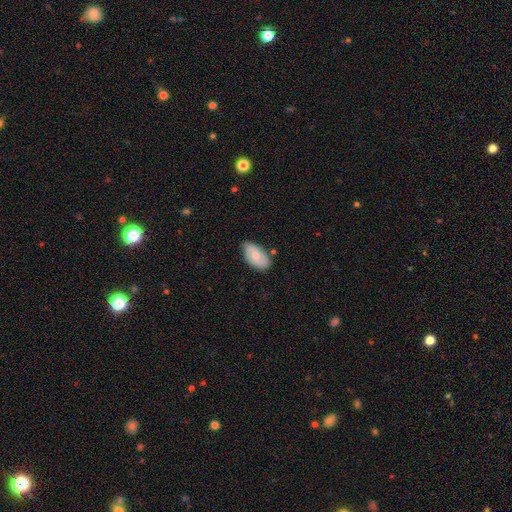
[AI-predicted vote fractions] A smooth galaxy with no disk features (57%) that is in between round and cigar-shaped (94%). Merging: none (69%).